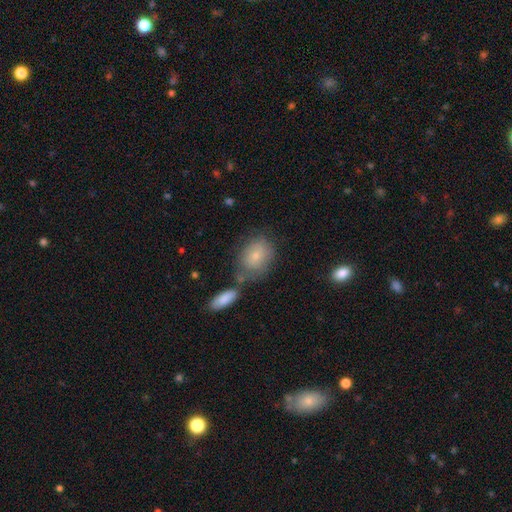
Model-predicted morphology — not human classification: Smooth or featured? Predicted: smooth (p=0.74). How rounded? Predicted: in between (p=0.62). Merging? Predicted: none (p=0.56).